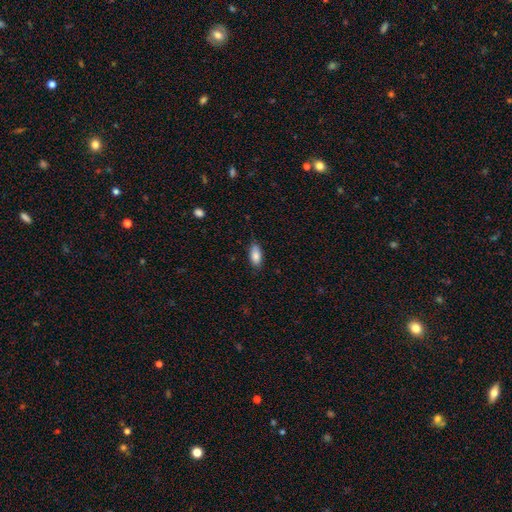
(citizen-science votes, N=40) Overall: smooth (92%). How rounded: in between (78%). Merging: none (74%).